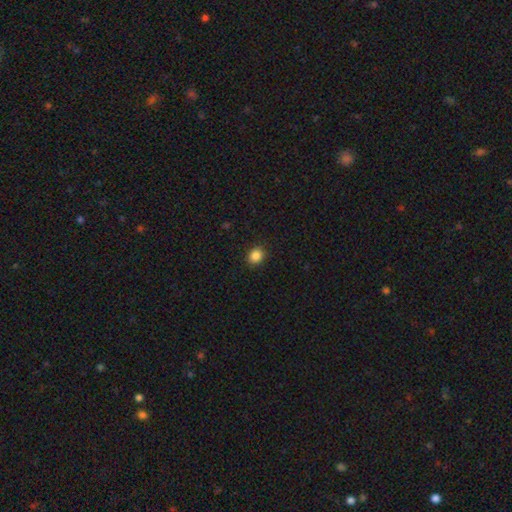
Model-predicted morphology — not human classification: Q: Smooth or featured?
A: smooth (86%); runner-up: star or artifact (11%)
Q: How rounded?
A: round (74%); runner-up: in between (25%)
Q: Merging?
A: none (91%); runner-up: minor disturbance (6%)